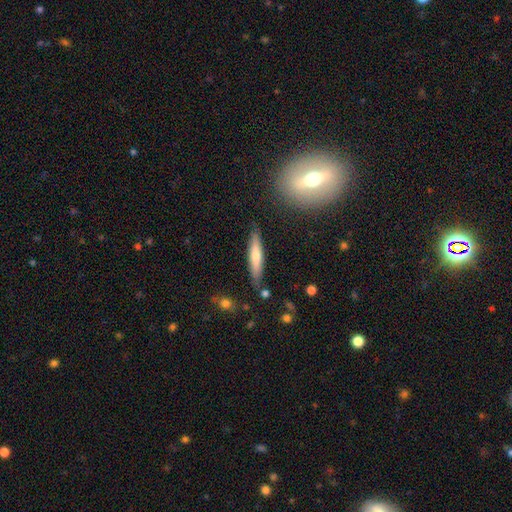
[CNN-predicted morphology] Smooth or featured? smooth (54%)
How rounded? cigar-shaped (89%)
Merging? none (86%)